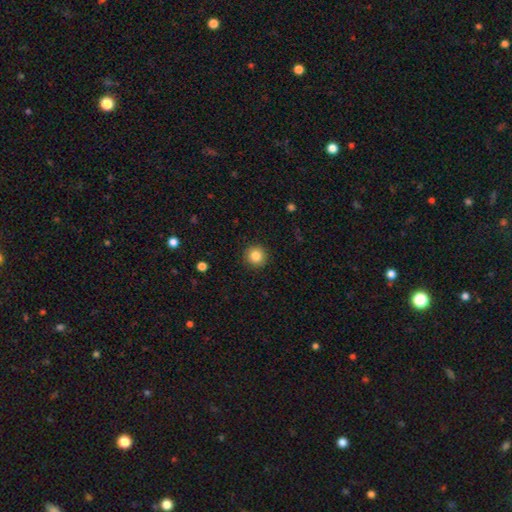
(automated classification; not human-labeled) The model was most divided on "smooth or featured": smooth: 85%, star or artifact: 10%, featured or disk: 5%. More confident: how rounded — round (94%); merging — none (92%).